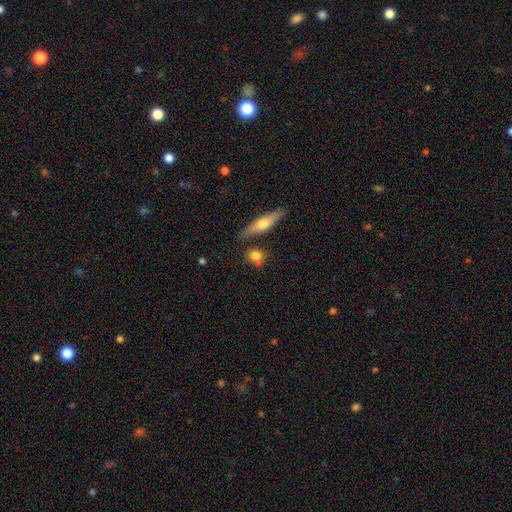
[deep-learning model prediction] smooth 77%, featured or disk 15%, star or artifact 9%. Down the decision tree: how rounded — round (64%); merging — none (69%).